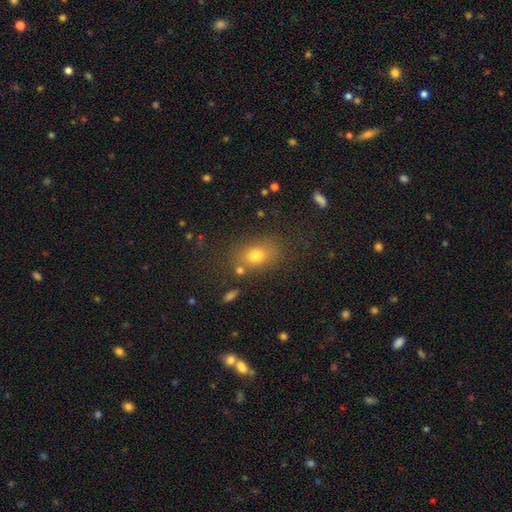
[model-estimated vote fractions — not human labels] smooth-or-featured: smooth: 73% | star or artifact: 15% | featured or disk: 12%
  how-rounded: in between: 66% | round: 31% | cigar-shaped: 2%
  merging: none: 72% | minor disturbance: 14% | merger: 8% | major disturbance: 6%